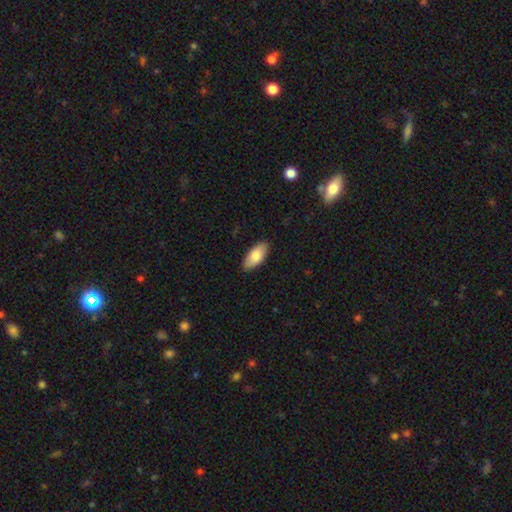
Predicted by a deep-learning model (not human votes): Overall: smooth (82%). How rounded: in between (90%). Merging: none (89%).